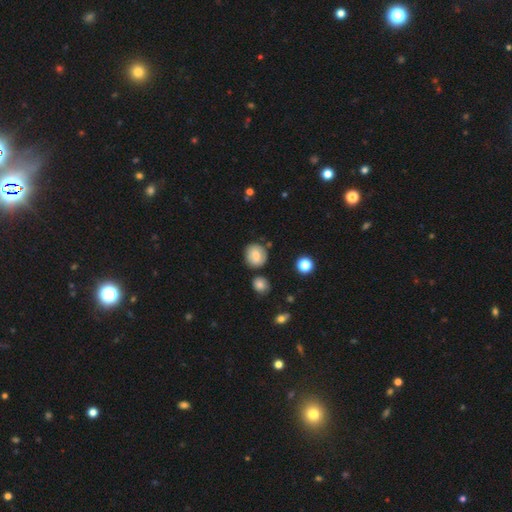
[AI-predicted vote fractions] Q: Smooth or featured?
A: smooth (74%); runner-up: featured or disk (17%)
Q: How rounded?
A: round (70%); runner-up: in between (28%)
Q: Merging?
A: none (72%); runner-up: minor disturbance (17%)